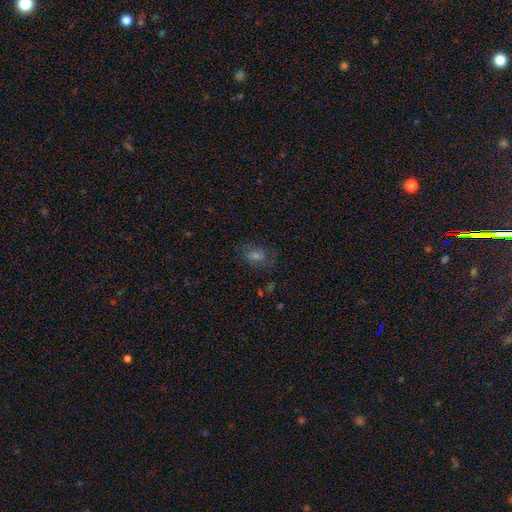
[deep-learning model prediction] Morphology: type=smooth (39%); merging=none (69%).